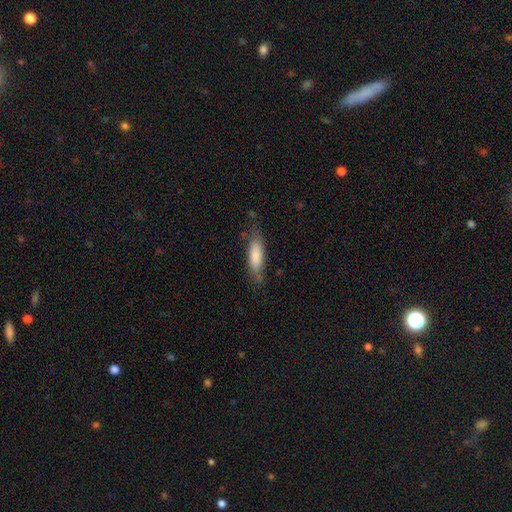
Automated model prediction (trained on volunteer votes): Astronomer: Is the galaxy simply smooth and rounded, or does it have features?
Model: smooth — 80%.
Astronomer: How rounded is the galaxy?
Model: in between — 53% (runner-up: cigar-shaped, 46%).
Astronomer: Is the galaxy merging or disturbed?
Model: none — 68%.